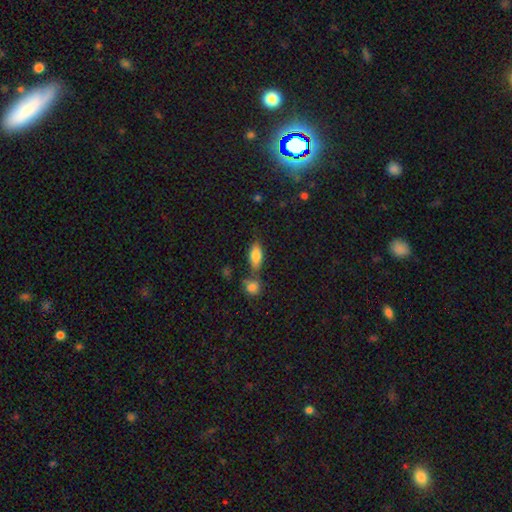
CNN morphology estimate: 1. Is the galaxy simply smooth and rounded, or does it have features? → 82% smooth, 10% featured or disk, 8% star or artifact.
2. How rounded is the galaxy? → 86% in between, 10% cigar-shaped, 4% round.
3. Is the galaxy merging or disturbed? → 57% none, 23% merger, 16% minor disturbance, 5% major disturbance.